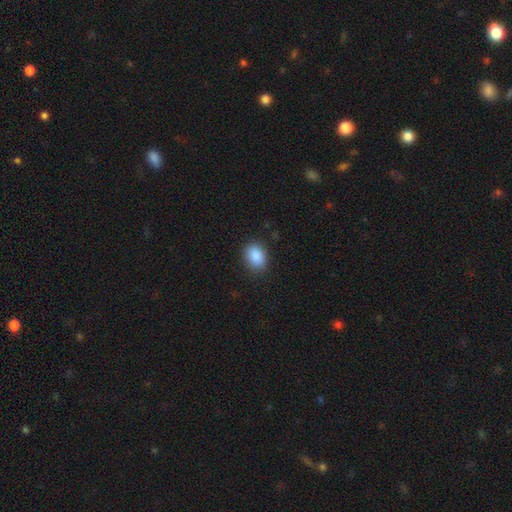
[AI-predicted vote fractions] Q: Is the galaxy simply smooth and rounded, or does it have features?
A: smooth — 88%.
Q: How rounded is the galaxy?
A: in between — 72%.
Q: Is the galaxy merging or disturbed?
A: none — 84%.